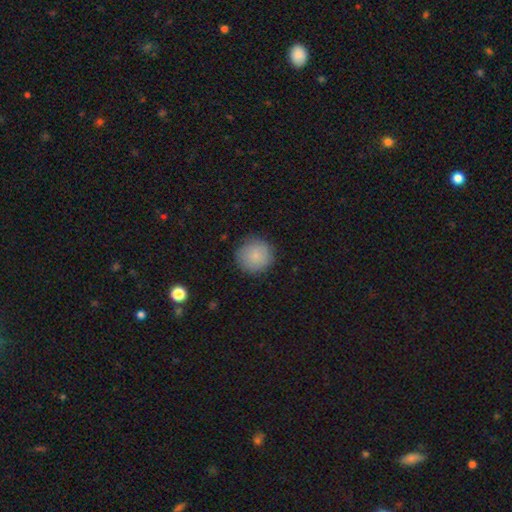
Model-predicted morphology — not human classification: The model was most divided on "merging": none: 87%, minor disturbance: 10%, major disturbance: 3%, merger: 1%. More confident: how rounded — round (94%); smooth or featured — smooth (85%).